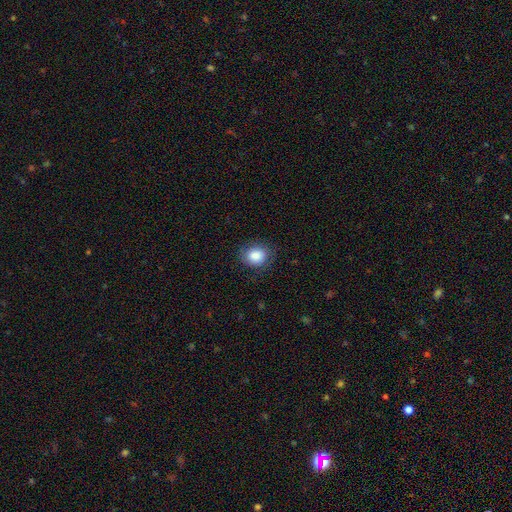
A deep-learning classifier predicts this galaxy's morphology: Smooth or featured? Predicted: smooth (p=0.86). How rounded? Predicted: round (p=0.68). Merging? Predicted: none (p=0.81).